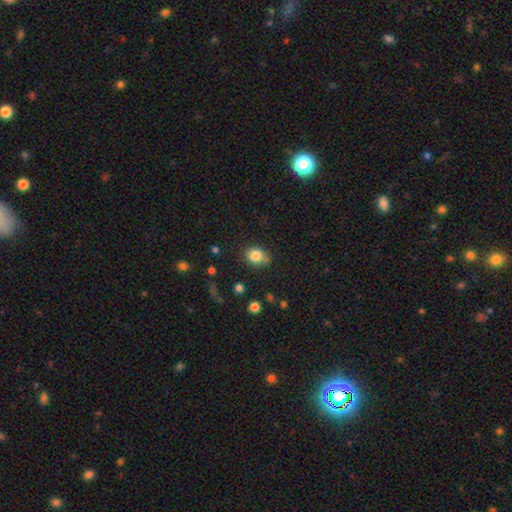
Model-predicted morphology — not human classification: This is clearly a smooth galaxy (83%). How rounded: likely round (60%). Merging: likely none (71%).